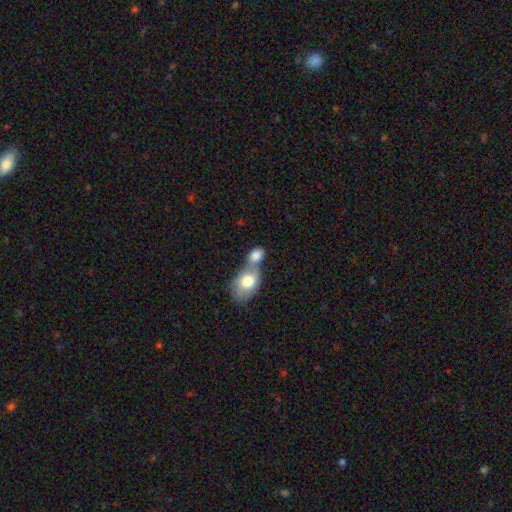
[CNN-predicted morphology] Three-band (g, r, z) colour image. It shows a smooth galaxy with no disk features (80%) that is in between round and cigar-shaped (73%). Merging: merger (75%).